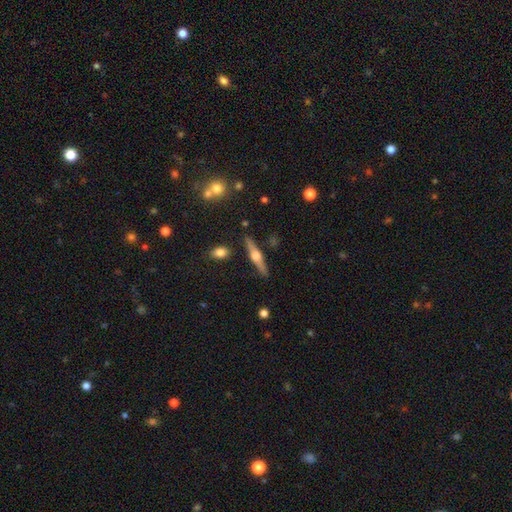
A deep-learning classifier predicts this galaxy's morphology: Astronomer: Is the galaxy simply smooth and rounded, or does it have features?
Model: featured or disk — 74%.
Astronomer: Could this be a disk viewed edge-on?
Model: yes — 97%.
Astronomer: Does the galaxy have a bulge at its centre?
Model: rounded — 92%.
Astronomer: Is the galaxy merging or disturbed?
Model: none — 88%.